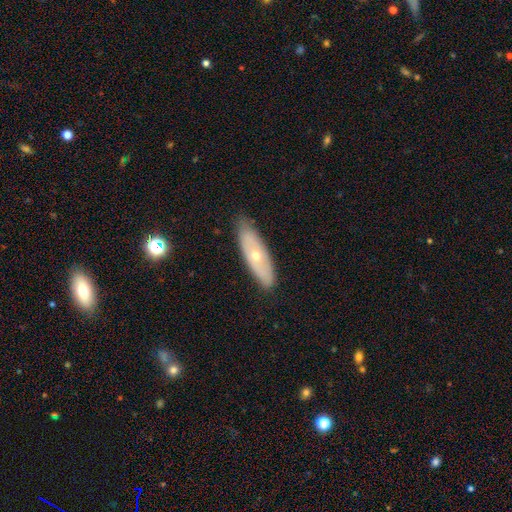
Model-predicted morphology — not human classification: Smooth or featured? Predicted: featured or disk (p=0.50). Merging? Predicted: none (p=0.80).